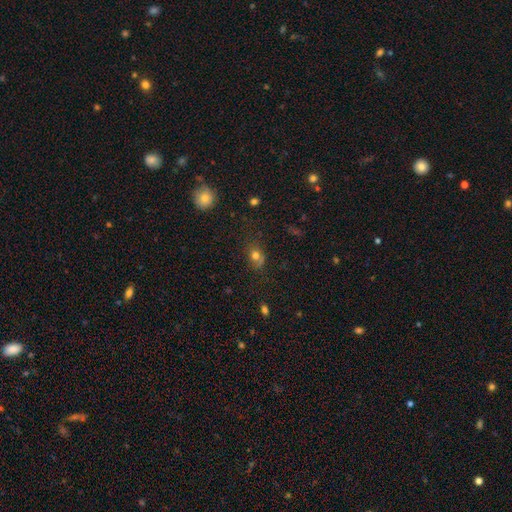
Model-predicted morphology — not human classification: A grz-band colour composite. It shows a smooth galaxy with no disk features (73%) that is round (58%). Merging: none (61%).